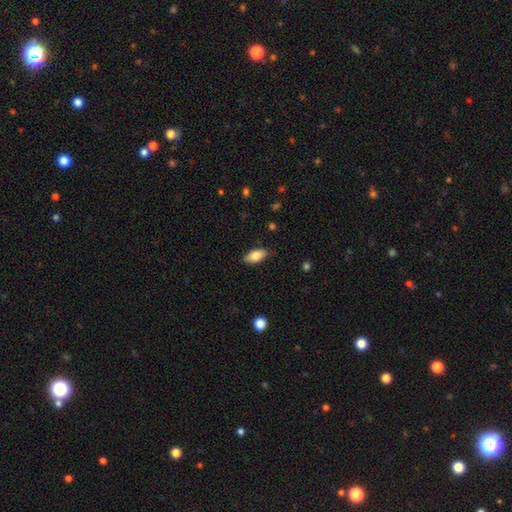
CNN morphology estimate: smooth-or-featured: smooth: 74% | featured or disk: 19% | star or artifact: 6%
  how-rounded: in between: 86% | cigar-shaped: 11% | round: 3%
  merging: none: 87% | minor disturbance: 10% | major disturbance: 2% | merger: 1%